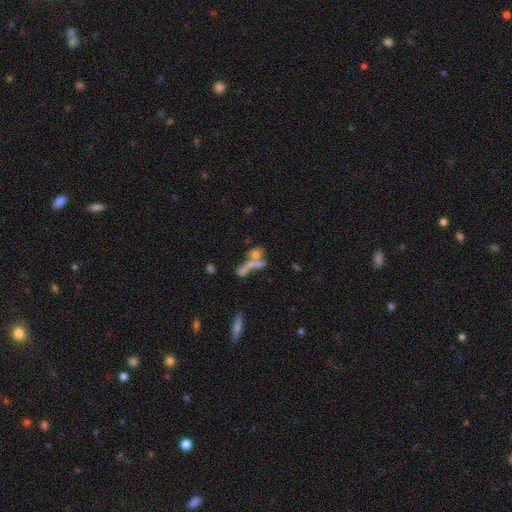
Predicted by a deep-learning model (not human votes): Overall: smooth (54%; featured or disk 30%). How rounded: in between (42%; round 29%). Merging: merger (50%; none 30%).